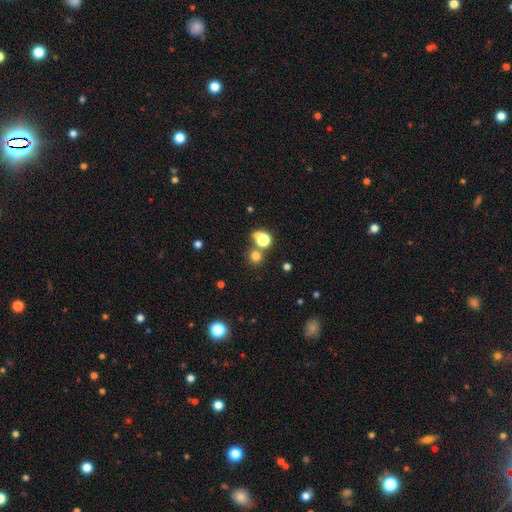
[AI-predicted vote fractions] Smooth or featured?
  - smooth: 73% *
  - star or artifact: 20%
  - featured or disk: 7%
How rounded?
  - round: 91% *
  - in between: 8%
  - cigar-shaped: 1%
Merging?
  - none: 67% *
  - merger: 22%
  - minor disturbance: 7%
  - major disturbance: 4%